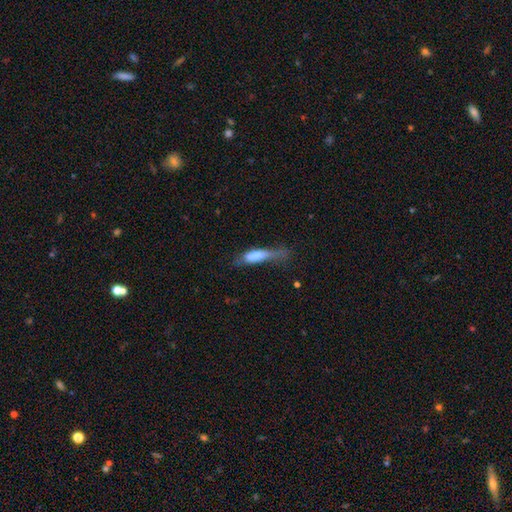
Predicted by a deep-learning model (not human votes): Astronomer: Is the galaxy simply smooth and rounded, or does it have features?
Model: smooth — 71%.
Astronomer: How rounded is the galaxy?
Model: cigar-shaped — 69%.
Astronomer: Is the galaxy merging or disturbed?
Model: minor disturbance — 33% (runner-up: major disturbance, 32%).